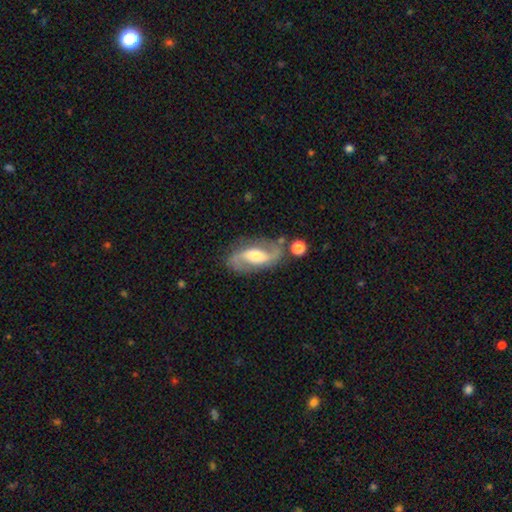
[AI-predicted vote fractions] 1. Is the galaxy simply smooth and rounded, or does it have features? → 82% featured or disk, 13% smooth, 6% star or artifact.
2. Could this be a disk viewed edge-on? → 95% no, 5% yes.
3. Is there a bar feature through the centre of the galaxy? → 41% weak, 33% no, 27% strong.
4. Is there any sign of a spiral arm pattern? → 94% yes, 6% no.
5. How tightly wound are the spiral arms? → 45% loose, 43% medium, 12% tight.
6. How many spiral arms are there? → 91% 2, 4% can't tell, 2% 1, 1% 3, 1% 4, 1% more than 4.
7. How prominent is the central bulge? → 58% moderate, 24% small, 15% large, 2% none, 2% dominant.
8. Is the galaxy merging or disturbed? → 72% none, 15% minor disturbance, 7% major disturbance, 5% merger.